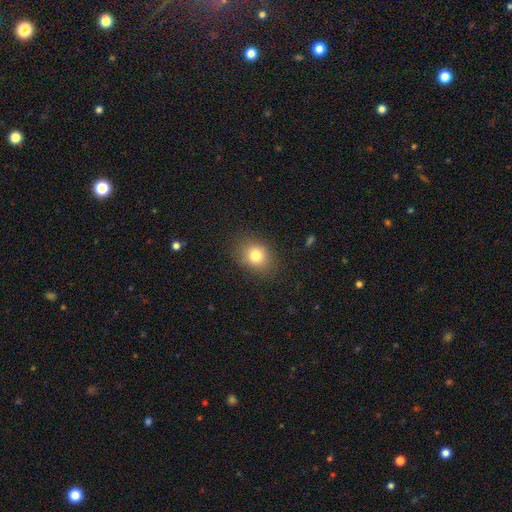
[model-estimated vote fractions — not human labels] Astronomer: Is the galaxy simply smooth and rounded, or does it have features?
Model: smooth — 80%.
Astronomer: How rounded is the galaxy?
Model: round — 54% (runner-up: in between, 45%).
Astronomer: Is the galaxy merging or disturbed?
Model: none — 85%.